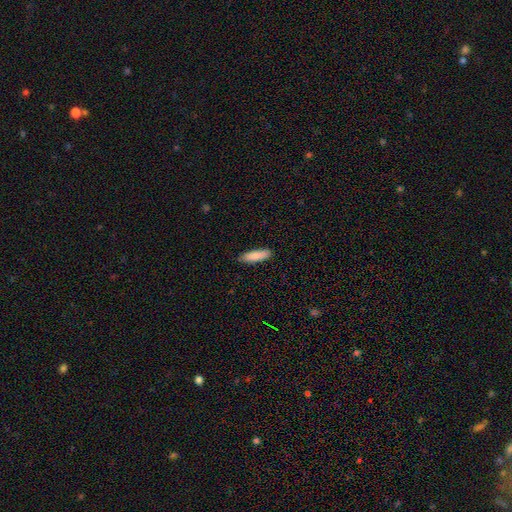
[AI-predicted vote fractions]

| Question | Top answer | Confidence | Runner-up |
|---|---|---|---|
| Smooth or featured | smooth | 88% | featured or disk (7%) |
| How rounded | cigar-shaped | 63% | in between (36%) |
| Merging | none | 88% | minor disturbance (10%) |